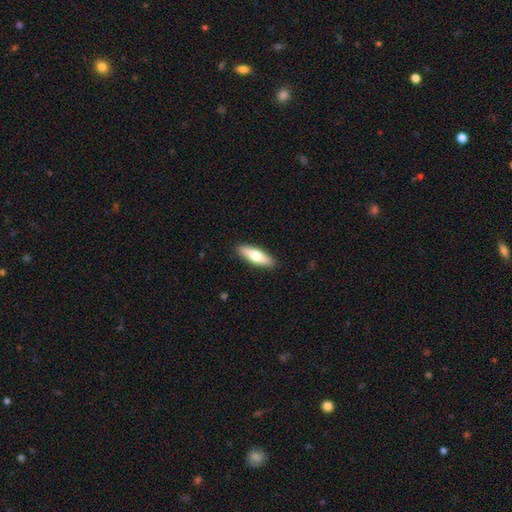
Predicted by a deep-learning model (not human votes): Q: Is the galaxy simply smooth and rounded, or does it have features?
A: smooth — 68%.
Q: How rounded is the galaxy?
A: cigar-shaped — 56%.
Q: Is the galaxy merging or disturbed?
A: none — 90%.